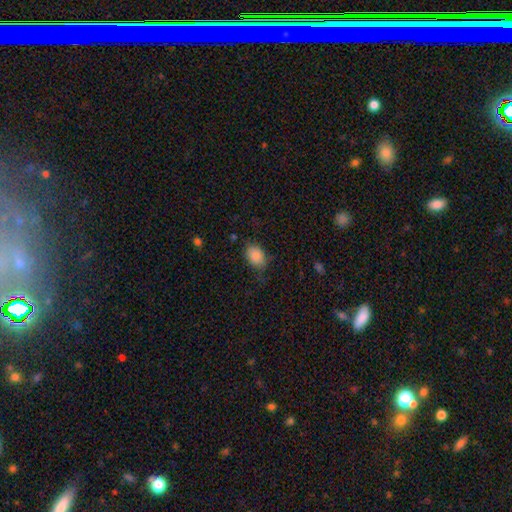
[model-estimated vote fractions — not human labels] Smooth or featured? smooth (87%)
How rounded? in between (78%)
Merging? none (70%)